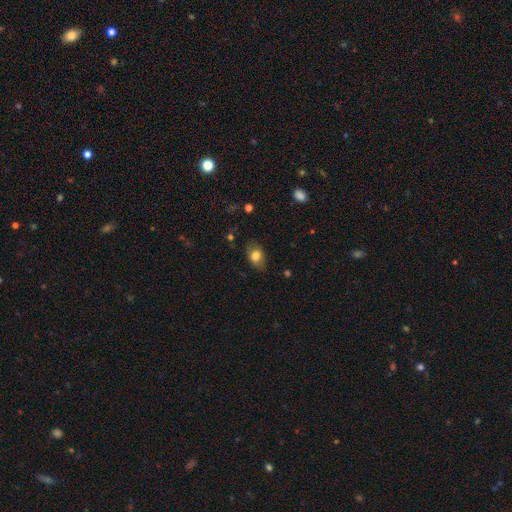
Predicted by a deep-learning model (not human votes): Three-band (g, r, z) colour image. It shows a smooth galaxy with no disk features (79%) that is in between round and cigar-shaped (77%). Merging: none (76%).